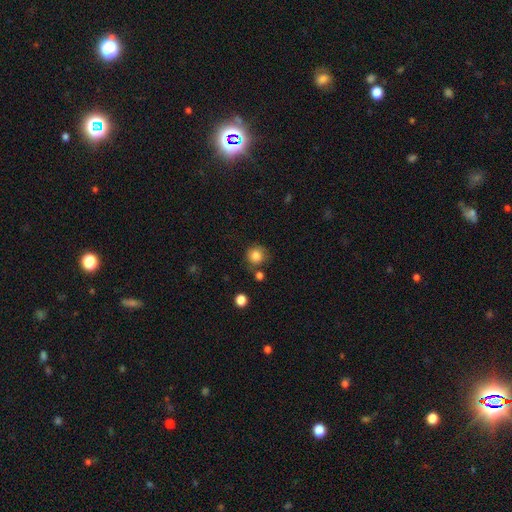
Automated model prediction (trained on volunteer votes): Q: Smooth or featured?
A: smooth (83%); runner-up: star or artifact (11%)
Q: How rounded?
A: round (90%); runner-up: in between (9%)
Q: Merging?
A: none (75%); runner-up: minor disturbance (13%)